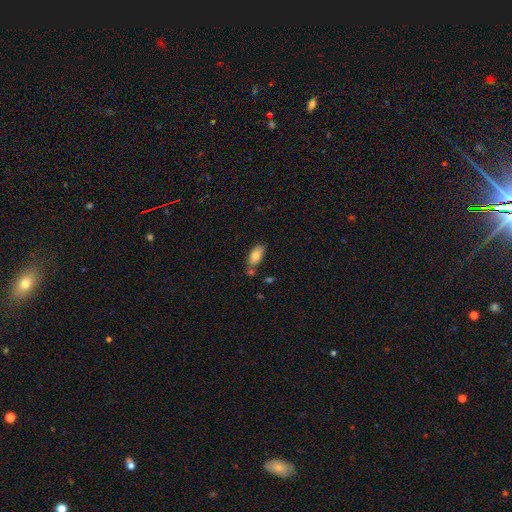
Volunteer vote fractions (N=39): This is clearly a smooth galaxy (87%). How rounded: clearly in between (82%). Merging: clearly none (82%).